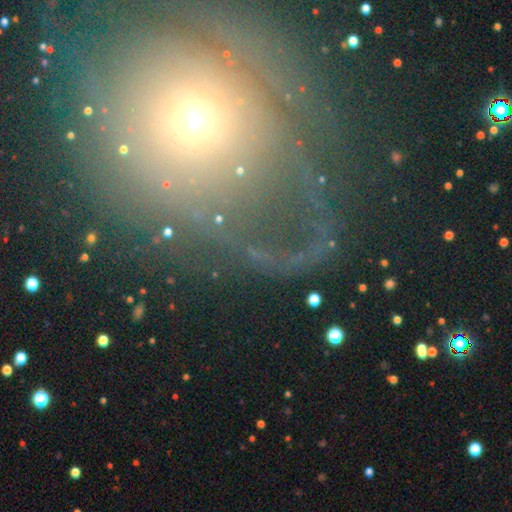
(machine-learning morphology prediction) A star or artifact, not a galaxy (37%).

Vote fractions:
- Smooth or featured? star or artifact: 37% / smooth: 33% / featured or disk: 30%